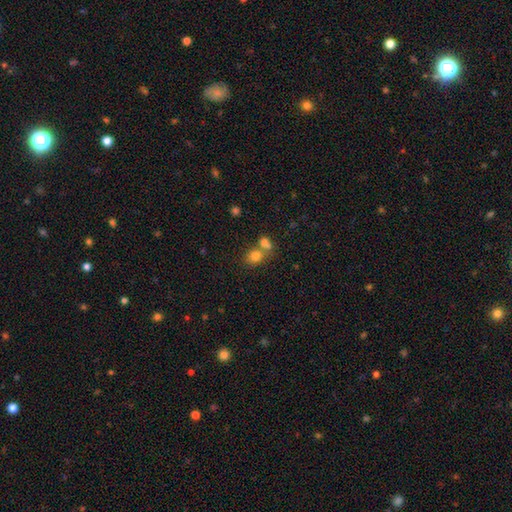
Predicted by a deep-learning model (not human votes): Q: Smooth or featured?
A: smooth (78%); runner-up: star or artifact (13%)
Q: How rounded?
A: round (60%); runner-up: in between (39%)
Q: Merging?
A: none (48%); runner-up: merger (39%)